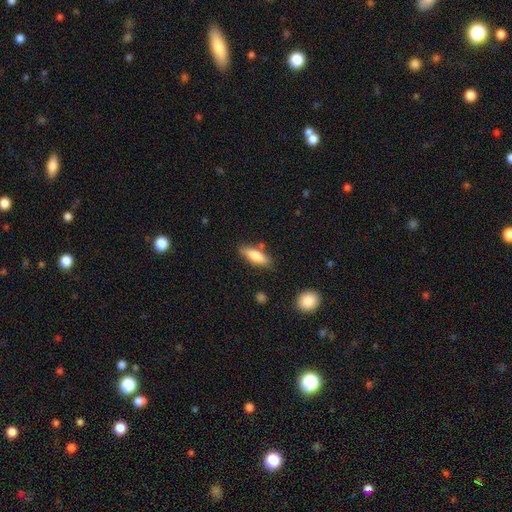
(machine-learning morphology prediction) Smooth or featured: smooth — 78% (featured or disk — 15%)
How rounded: in between — 63% (cigar-shaped — 35%)
Merging: none — 79% (minor disturbance — 14%)